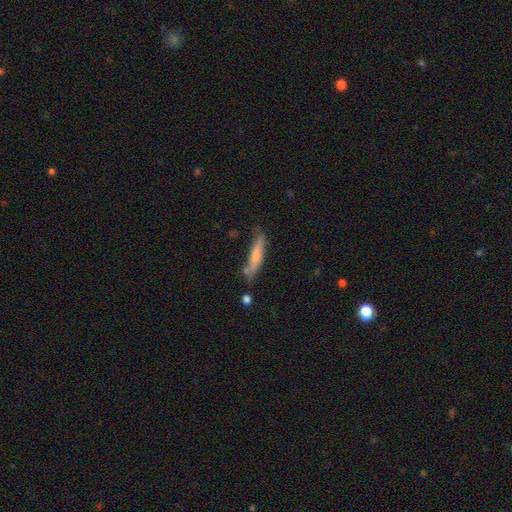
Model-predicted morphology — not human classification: This is likely a smooth galaxy (68%). How rounded: clearly cigar-shaped (88%). Merging: likely none (68%).